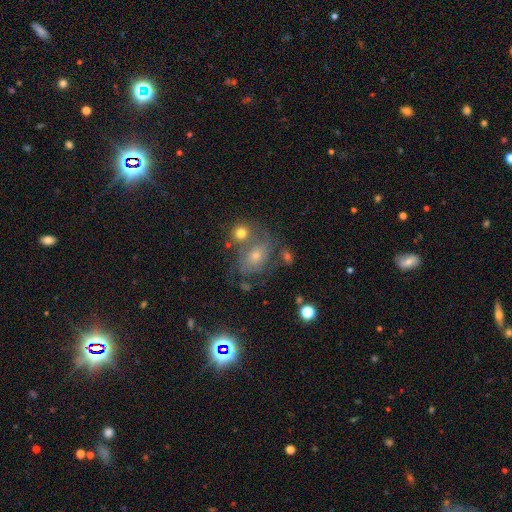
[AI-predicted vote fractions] smooth_or_featured: featured or disk (p=0.45) [alt: smooth p=0.31]
merging: none (p=0.52) [alt: merger p=0.21]